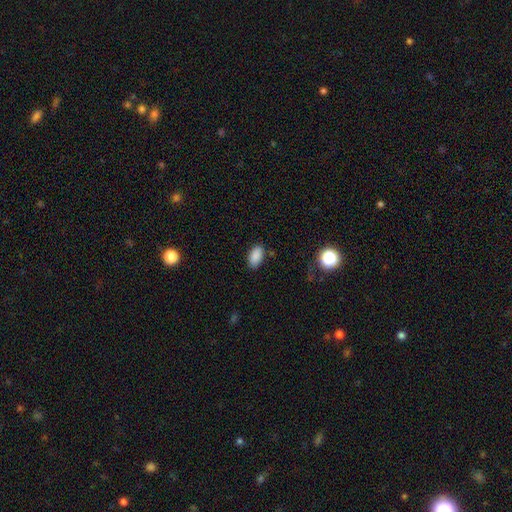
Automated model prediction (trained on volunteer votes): smooth-or-featured: smooth: 88% | star or artifact: 8% | featured or disk: 4%
  how-rounded: in between: 94% | round: 4% | cigar-shaped: 2%
  merging: none: 83% | minor disturbance: 12% | major disturbance: 3% | merger: 2%